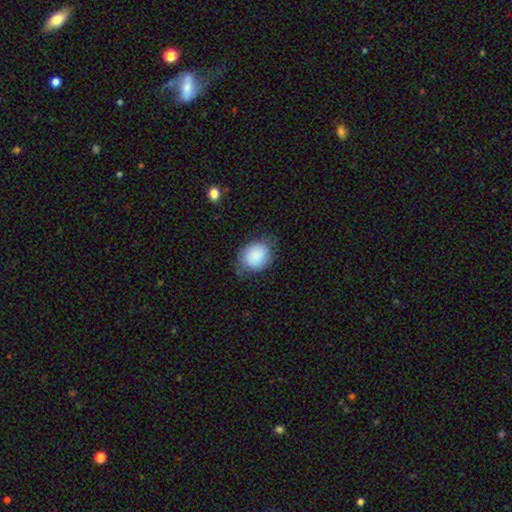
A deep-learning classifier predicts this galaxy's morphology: A smooth galaxy with no disk features (84%) that is in between round and cigar-shaped (54%).

Vote fractions:
- Smooth or featured? smooth: 84% / featured or disk: 8% / star or artifact: 7%
- How rounded? in between: 54% / round: 45% / cigar-shaped: 1%
- Merging? none: 62% / minor disturbance: 27% / major disturbance: 9% / merger: 2%